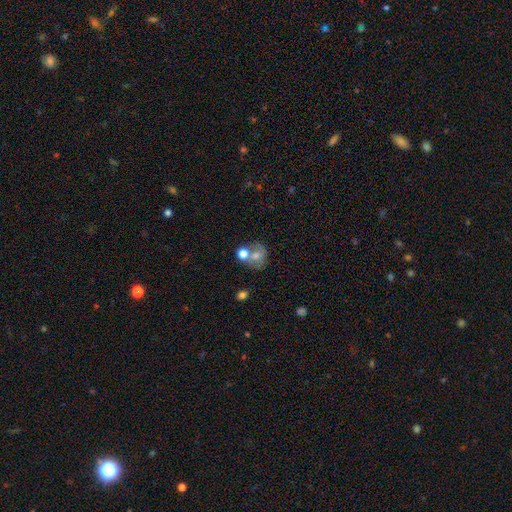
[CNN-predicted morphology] Smooth or featured: smooth — 52% (featured or disk — 36%)
How rounded: round — 66% (in between — 33%)
Merging: merger — 39% (none — 37%)